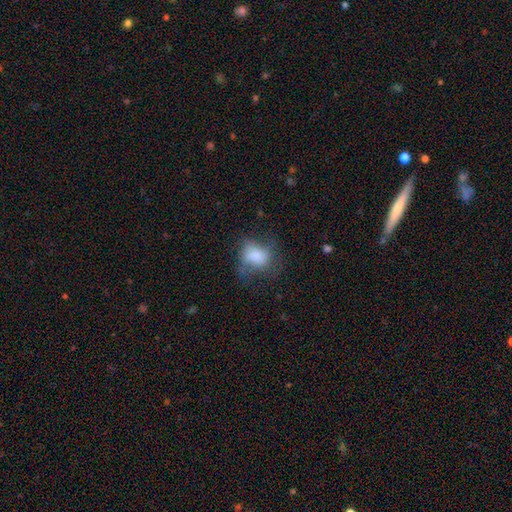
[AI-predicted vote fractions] Smooth or featured? Predicted: smooth (p=0.74). How rounded? Predicted: in between (p=0.61). Merging? Predicted: none (p=0.40).